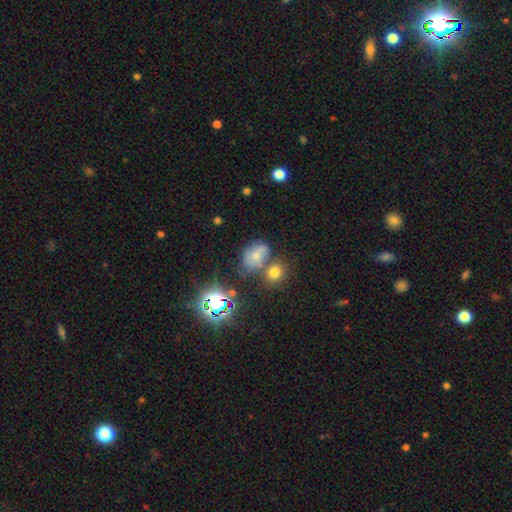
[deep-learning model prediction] A smooth galaxy with no disk features (50%).

Vote fractions:
- Smooth or featured? smooth: 50% / star or artifact: 26% / featured or disk: 24%
- Merging? none: 46% / merger: 24% / minor disturbance: 20% / major disturbance: 10%